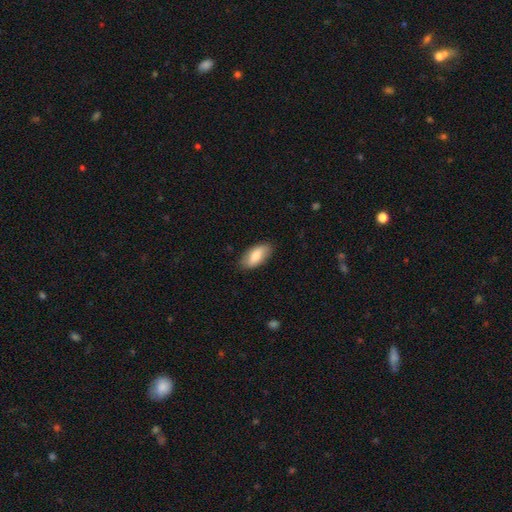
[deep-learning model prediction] Overall: smooth (79%). How rounded: in between (89%). Merging: none (83%).